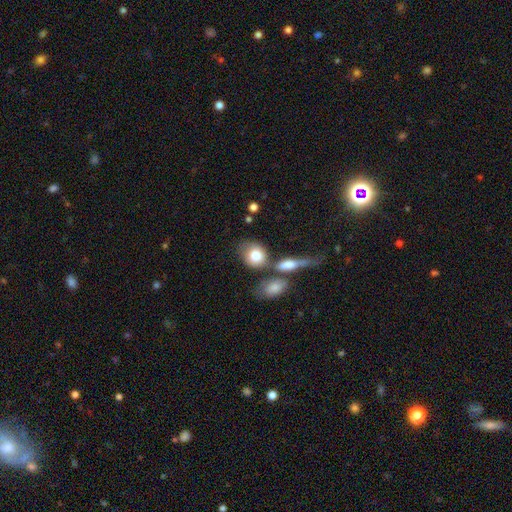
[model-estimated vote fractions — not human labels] smooth 77%, featured or disk 17%, star or artifact 7%. Down the decision tree: how rounded — in between (51%); merging — none (53%).